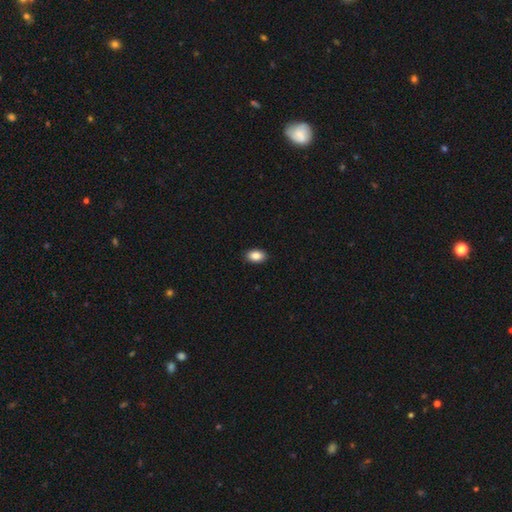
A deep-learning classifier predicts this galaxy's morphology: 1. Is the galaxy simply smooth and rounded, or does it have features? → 88% smooth, 8% star or artifact, 5% featured or disk.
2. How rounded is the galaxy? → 90% in between, 9% round, 1% cigar-shaped.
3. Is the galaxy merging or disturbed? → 90% none, 7% minor disturbance, 2% major disturbance, 1% merger.